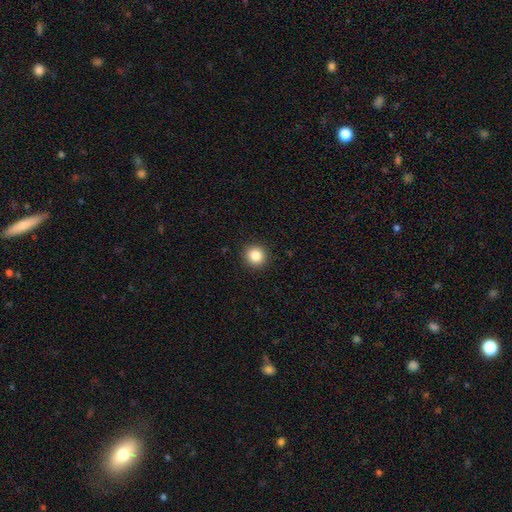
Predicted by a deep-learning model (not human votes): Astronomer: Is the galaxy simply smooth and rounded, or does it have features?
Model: smooth — 85%.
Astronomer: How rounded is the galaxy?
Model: round — 93%.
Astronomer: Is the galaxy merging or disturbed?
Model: none — 92%.